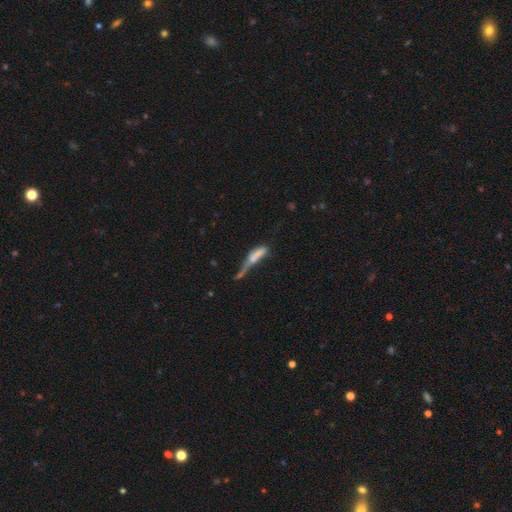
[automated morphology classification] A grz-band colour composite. It shows a smooth galaxy with no disk features (57%) that is cigar-shaped (71%). Merging: major disturbance (35%).